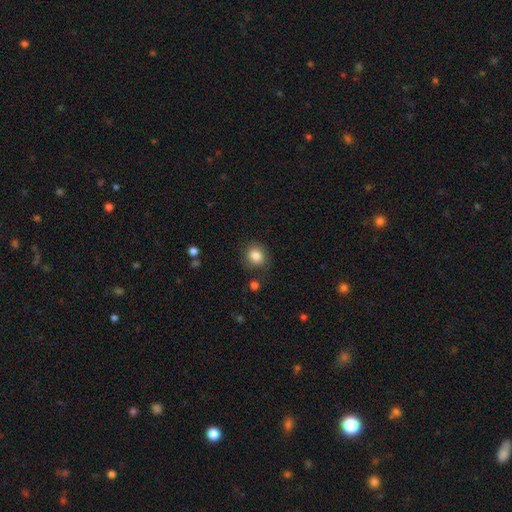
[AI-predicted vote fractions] A smooth galaxy with no disk features (84%) that is round (68%). Merging: none (80%).